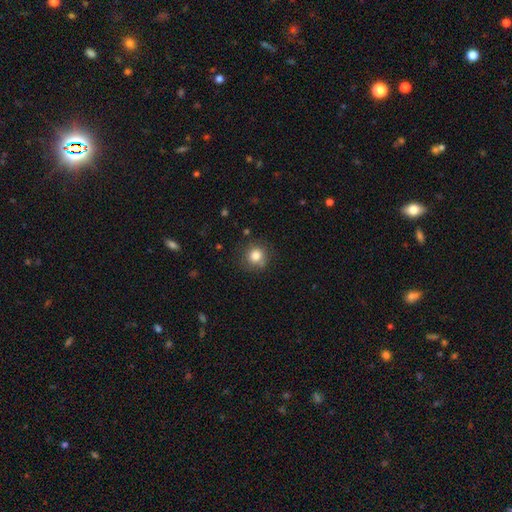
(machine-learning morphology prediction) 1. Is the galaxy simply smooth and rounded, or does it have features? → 82% smooth, 11% star or artifact, 7% featured or disk.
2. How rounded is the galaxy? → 91% round, 9% in between, 1% cigar-shaped.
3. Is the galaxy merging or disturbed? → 80% none, 13% minor disturbance, 4% major disturbance, 3% merger.